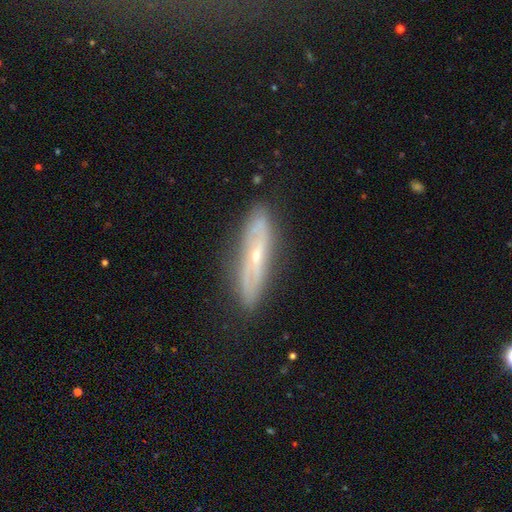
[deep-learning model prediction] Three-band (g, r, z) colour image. It shows a featured or disk galaxy (69%) viewed edge-on (55%). Merging: none (81%).